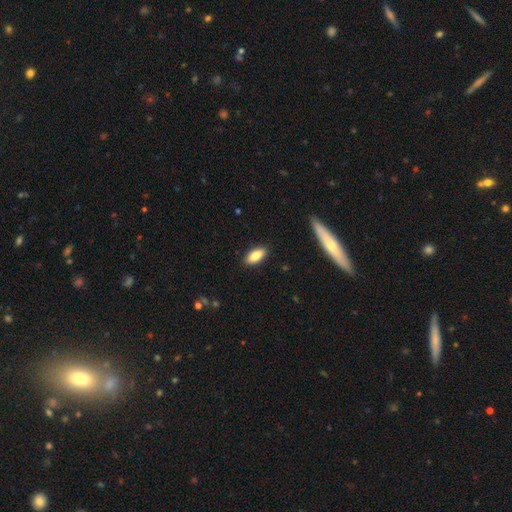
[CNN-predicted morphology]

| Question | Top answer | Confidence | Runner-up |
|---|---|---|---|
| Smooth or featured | smooth | 84% | featured or disk (10%) |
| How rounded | in between | 84% | cigar-shaped (13%) |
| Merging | none | 88% | minor disturbance (9%) |